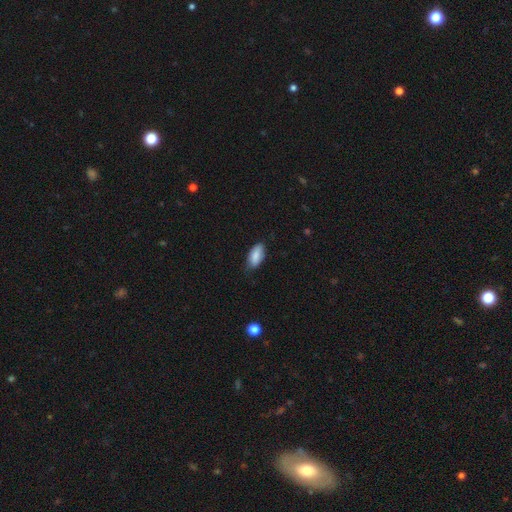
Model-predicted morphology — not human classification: Overall: smooth (85%). How rounded: in between (89%). Merging: none (74%).